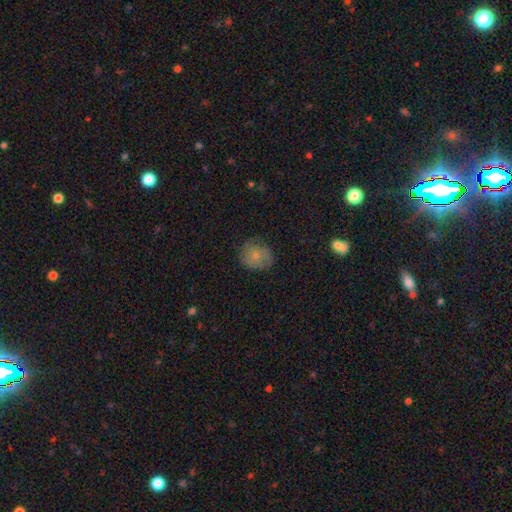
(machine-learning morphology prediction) smooth 68%, featured or disk 24%, star or artifact 8%. Down the decision tree: how rounded — round (77%); merging — none (70%).